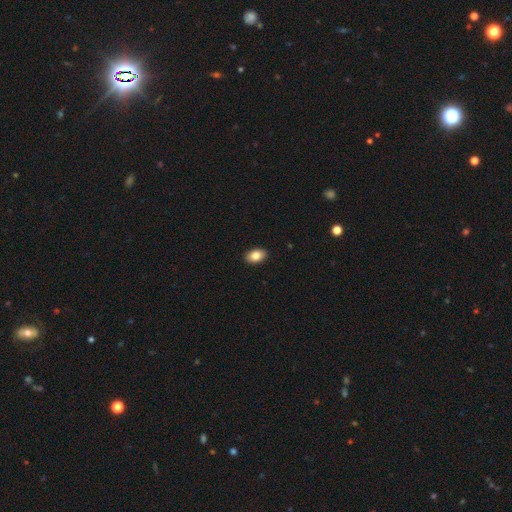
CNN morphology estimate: smooth 85%, featured or disk 8%, star or artifact 8%. Down the decision tree: how rounded — in between (89%); merging — none (91%).